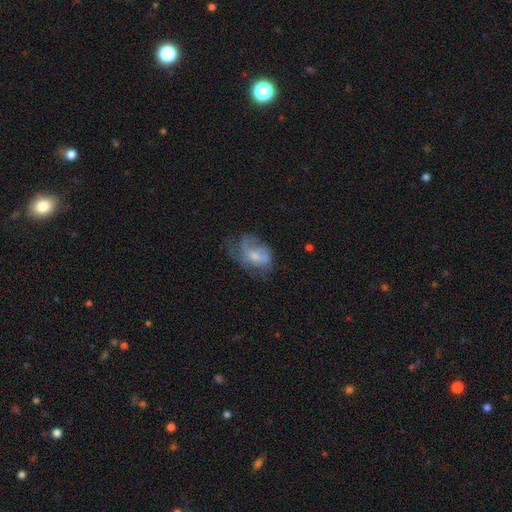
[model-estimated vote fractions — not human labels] This is possibly a featured or disk galaxy (51%). It is clearly not viewed edge-on (96%). Merging: marginally major disturbance (39%).